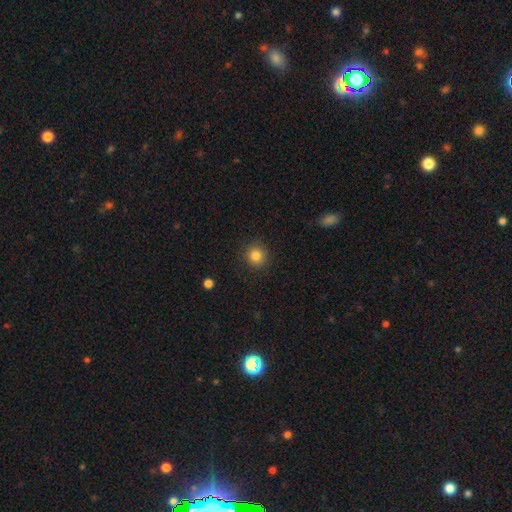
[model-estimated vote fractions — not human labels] smooth_or_featured: smooth (p=0.84) [alt: star or artifact p=0.11]
how_rounded: round (p=0.92) [alt: in between p=0.07]
merging: none (p=0.89) [alt: minor disturbance p=0.07]